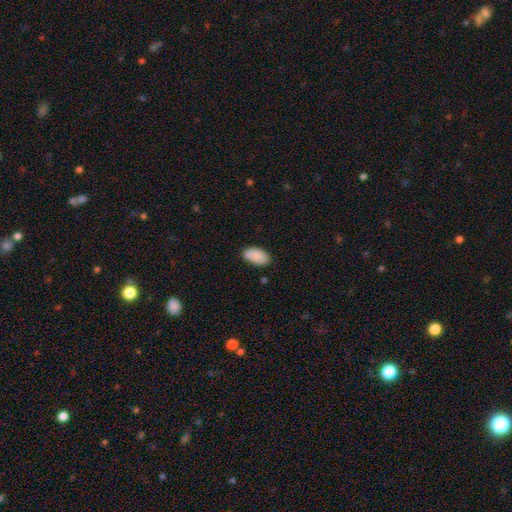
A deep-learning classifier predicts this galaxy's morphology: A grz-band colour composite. It shows a smooth galaxy with no disk features (89%) that is in between round and cigar-shaped (94%). Merging: none (79%).